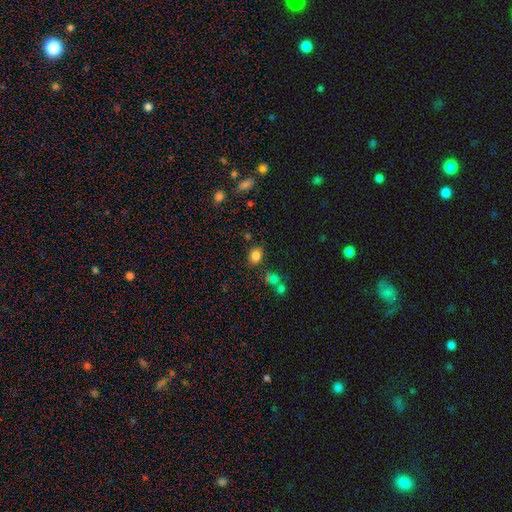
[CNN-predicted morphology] A smooth galaxy with no disk features (83%) that is in between round and cigar-shaped (51%).

Vote fractions:
- Smooth or featured? smooth: 83% / star or artifact: 12% / featured or disk: 5%
- How rounded? in between: 51% / round: 48% / cigar-shaped: 1%
- Merging? none: 79% / minor disturbance: 12% / merger: 5% / major disturbance: 4%